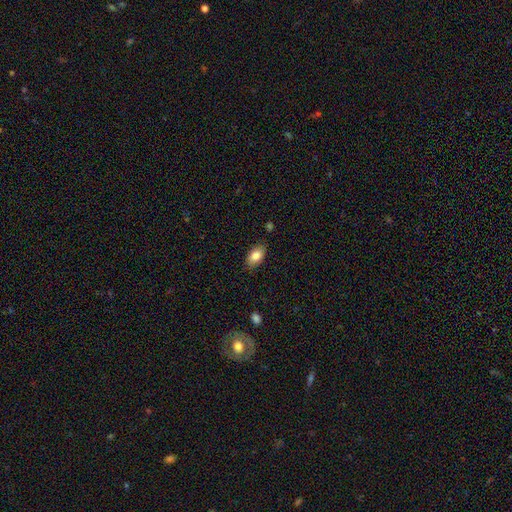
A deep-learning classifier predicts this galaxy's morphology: This appears to be a smooth galaxy with no disk features (84%) that is in between round and cigar-shaped (92%). Merging: none (85%).